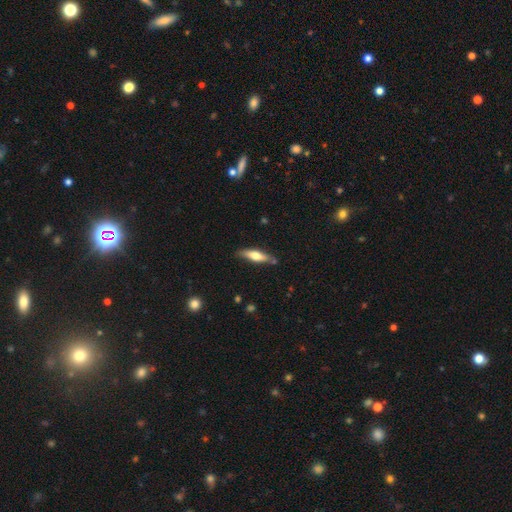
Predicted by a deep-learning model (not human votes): A smooth galaxy with no disk features (51%) that is cigar-shaped (64%). Merging: none (77%).